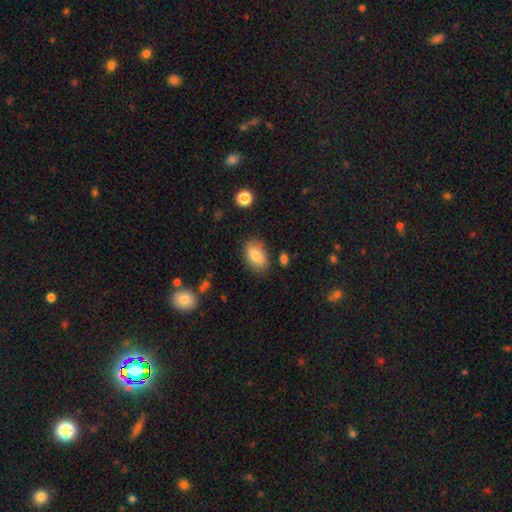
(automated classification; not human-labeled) Overall: smooth (80%). How rounded: in between (89%). Merging: none (78%).